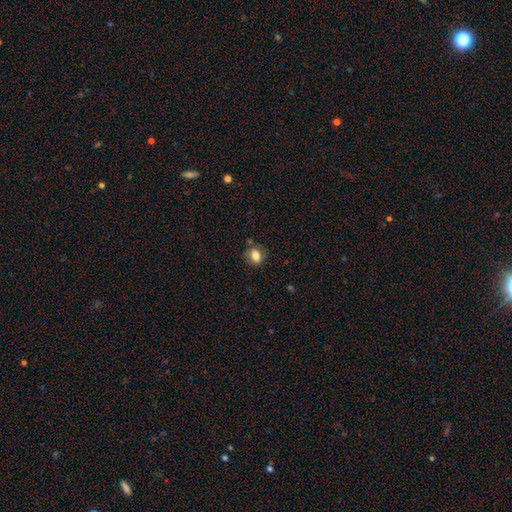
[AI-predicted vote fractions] A smooth galaxy with no disk features (80%) that is round (58%). Merging: none (78%).